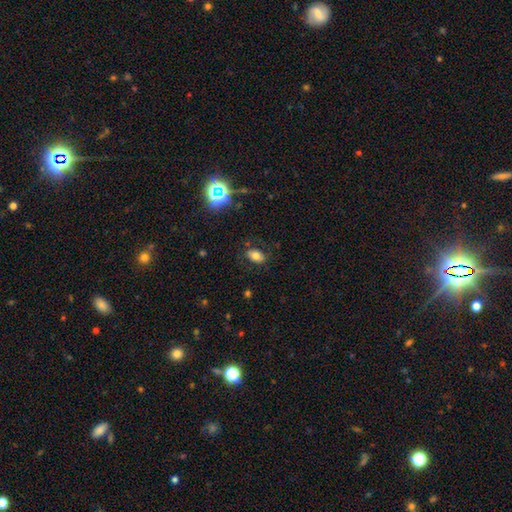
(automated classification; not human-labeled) Smooth or featured: smooth — 72% (featured or disk — 14%)
How rounded: in between — 85% (round — 13%)
Merging: none — 80% (minor disturbance — 13%)